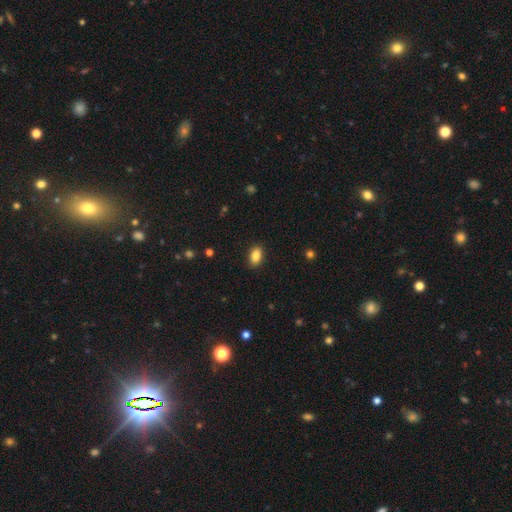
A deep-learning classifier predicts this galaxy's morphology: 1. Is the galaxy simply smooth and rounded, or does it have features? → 86% smooth, 8% star or artifact, 6% featured or disk.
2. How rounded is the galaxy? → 89% in between, 8% round, 3% cigar-shaped.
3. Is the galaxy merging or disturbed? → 89% none, 8% minor disturbance, 2% major disturbance, 1% merger.